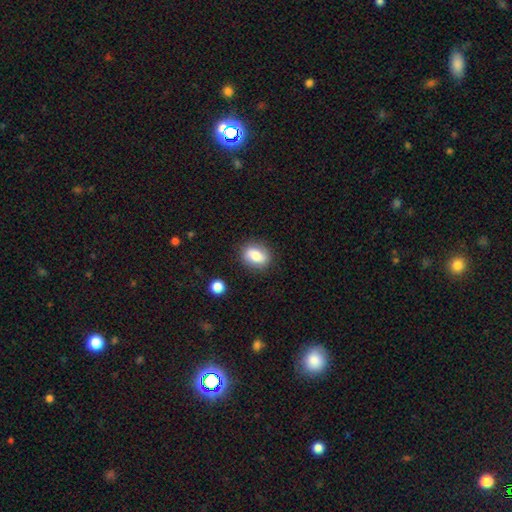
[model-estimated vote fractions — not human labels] A smooth galaxy with no disk features (75%) that is in between round and cigar-shaped (62%). Merging: none (83%).